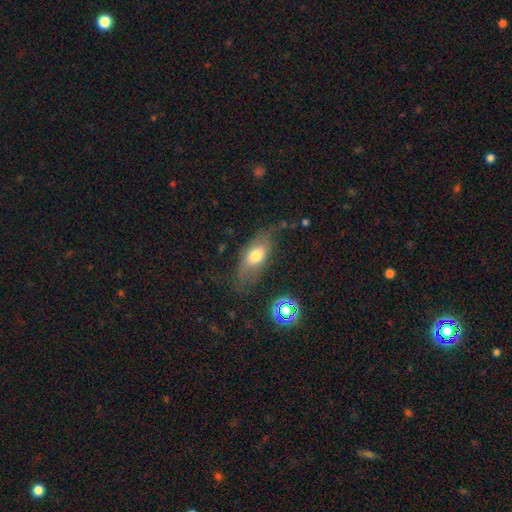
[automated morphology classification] smooth_or_featured: smooth (p=0.61) [alt: featured or disk p=0.29]
how_rounded: in between (p=0.80) [alt: cigar-shaped p=0.13]
merging: none (p=0.61) [alt: minor disturbance p=0.24]